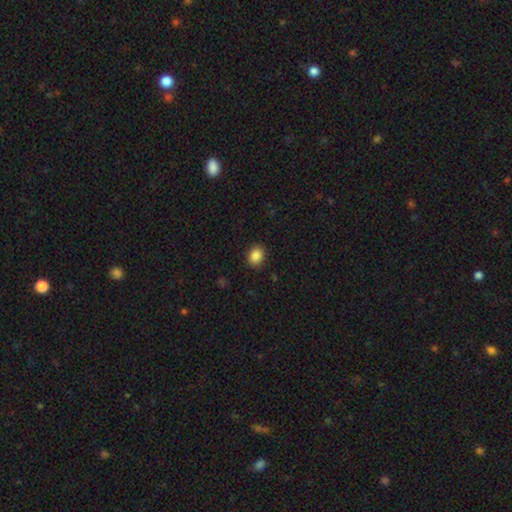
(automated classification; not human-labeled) Smooth or featured: smooth — 87% (star or artifact — 9%)
How rounded: in between — 50% (round — 49%)
Merging: none — 89% (minor disturbance — 8%)